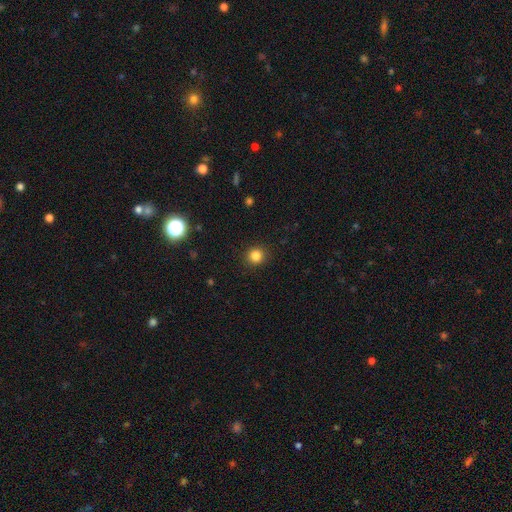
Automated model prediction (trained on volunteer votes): smooth-or-featured: smooth: 84% | star or artifact: 12% | featured or disk: 4%
  how-rounded: round: 91% | in between: 8% | cigar-shaped: 1%
  merging: none: 90% | minor disturbance: 6% | major disturbance: 2% | merger: 1%